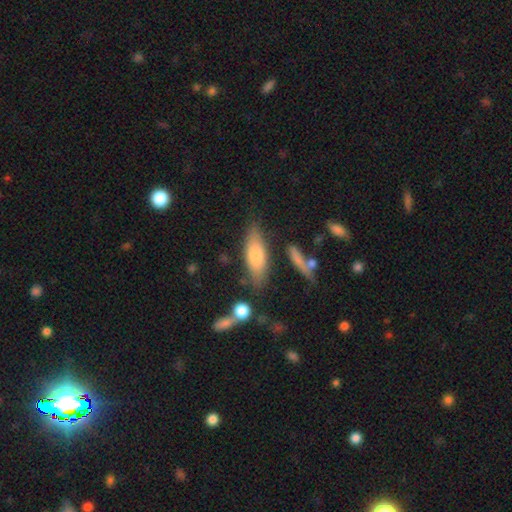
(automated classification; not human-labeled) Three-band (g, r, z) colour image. It shows a smooth galaxy with no disk features (67%) that is in between round and cigar-shaped (55%). Merging: none (74%).